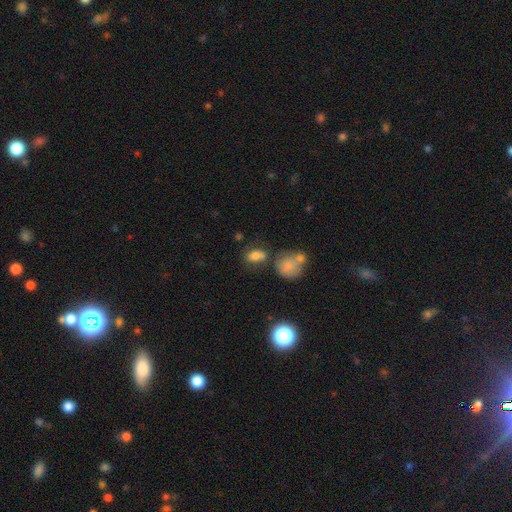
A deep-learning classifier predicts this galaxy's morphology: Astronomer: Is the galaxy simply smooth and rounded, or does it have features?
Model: smooth — 73%.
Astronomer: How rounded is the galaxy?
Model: in between — 75%.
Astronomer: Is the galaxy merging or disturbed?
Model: none — 49%.